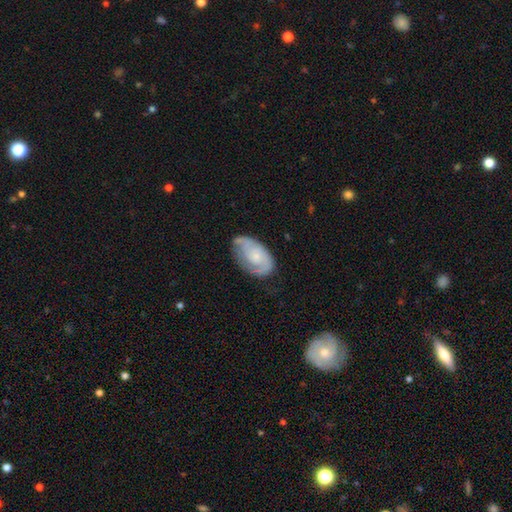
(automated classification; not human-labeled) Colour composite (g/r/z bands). It shows a featured or disk galaxy (62%) with no bar (78%), spiral arms (82%) and a small central bulge (66%). Merging: none (58%).